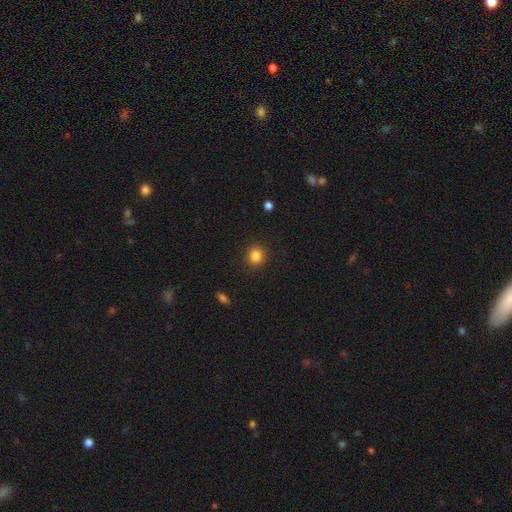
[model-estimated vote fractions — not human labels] A smooth galaxy with no disk features (85%) that is round (87%). Merging: none (91%).